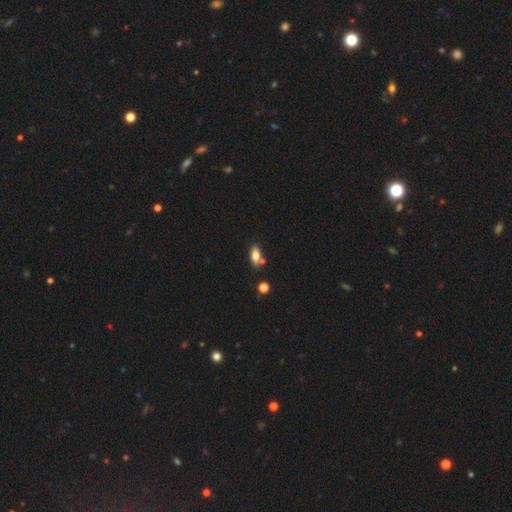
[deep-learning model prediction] smooth_or_featured: smooth (p=0.75) [alt: featured or disk p=0.17]
how_rounded: in between (p=0.84) [alt: cigar-shaped p=0.11]
merging: none (p=0.69) [alt: minor disturbance p=0.14]